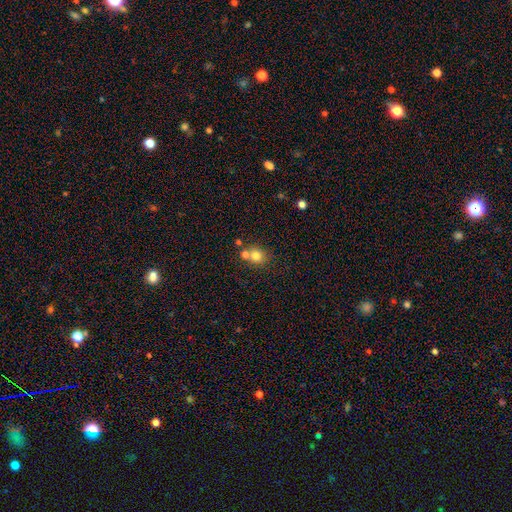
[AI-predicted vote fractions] Smooth or featured? Predicted: smooth (p=0.77). How rounded? Predicted: round (p=0.76). Merging? Predicted: none (p=0.55).